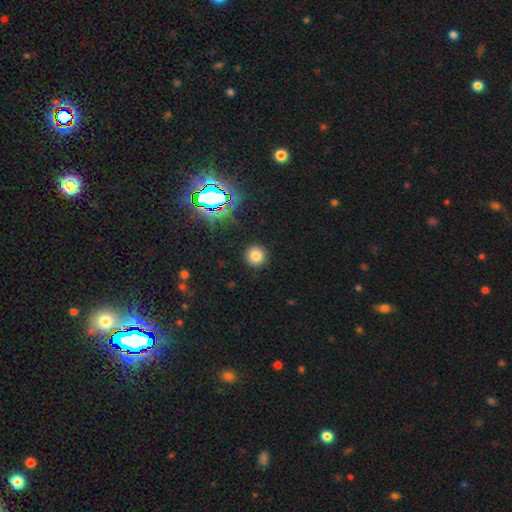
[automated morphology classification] The model was most divided on "smooth or featured": smooth: 77%, star or artifact: 16%, featured or disk: 6%. More confident: how rounded — round (95%); merging — none (92%).